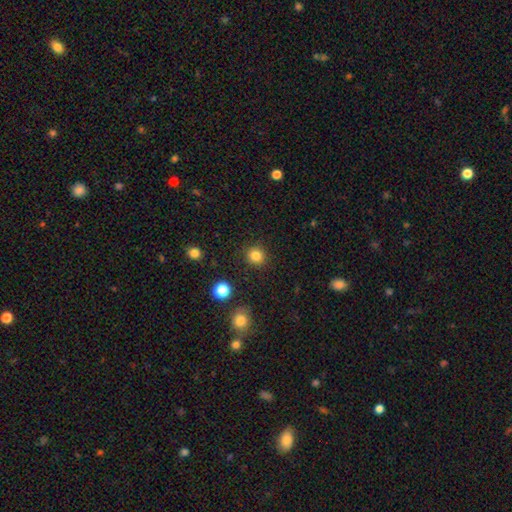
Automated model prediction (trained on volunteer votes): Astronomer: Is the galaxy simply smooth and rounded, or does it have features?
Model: smooth — 84%.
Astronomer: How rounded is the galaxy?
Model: round — 91%.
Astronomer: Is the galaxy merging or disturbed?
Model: none — 90%.